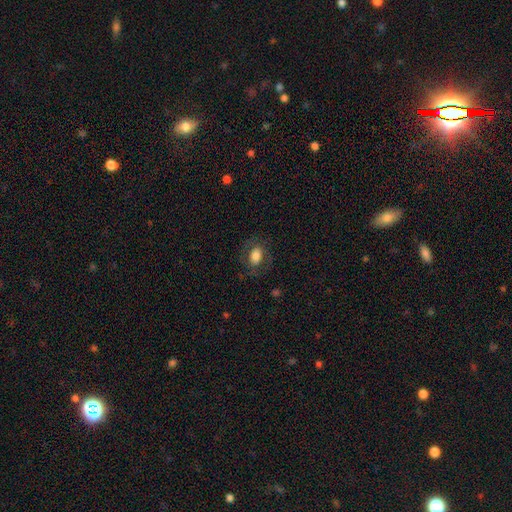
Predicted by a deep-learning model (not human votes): smooth-or-featured: smooth: 73% | featured or disk: 18% | star or artifact: 8%
  how-rounded: in between: 73% | round: 26% | cigar-shaped: 1%
  merging: none: 76% | minor disturbance: 14% | major disturbance: 9% | merger: 1%